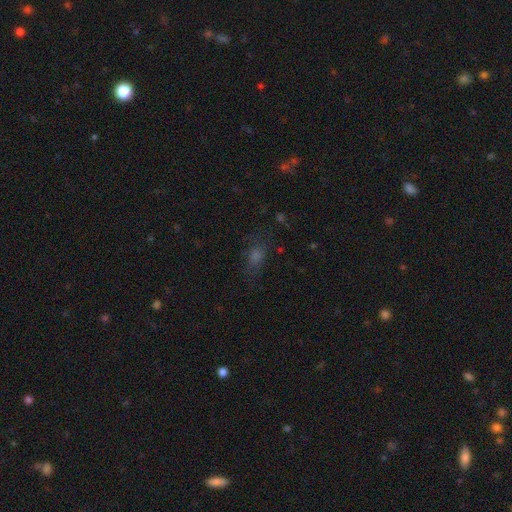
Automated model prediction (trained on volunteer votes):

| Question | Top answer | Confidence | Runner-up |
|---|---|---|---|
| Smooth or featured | smooth | 48% | star or artifact (34%) |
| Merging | none | 68% | minor disturbance (18%) |